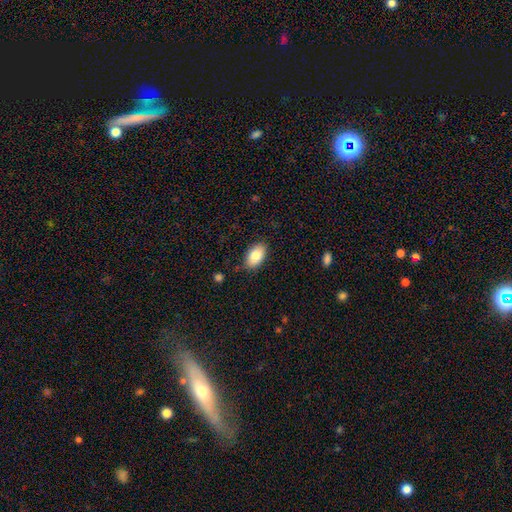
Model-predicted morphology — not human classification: This appears to be a smooth galaxy with no disk features (82%) that is in between round and cigar-shaped (92%). Merging: none (85%).